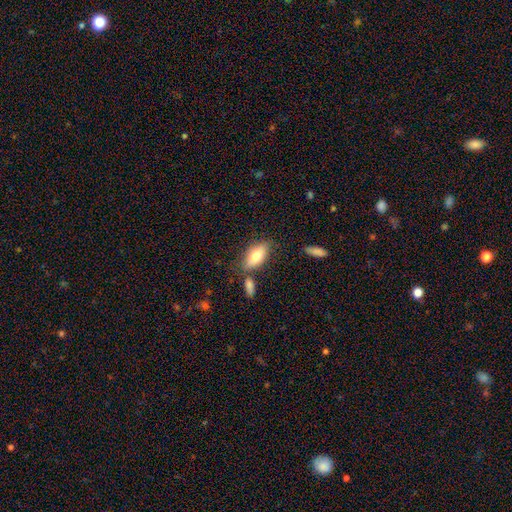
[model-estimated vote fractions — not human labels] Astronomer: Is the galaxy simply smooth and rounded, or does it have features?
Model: smooth — 73%.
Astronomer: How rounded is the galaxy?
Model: in between — 84%.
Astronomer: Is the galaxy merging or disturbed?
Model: none — 67%.